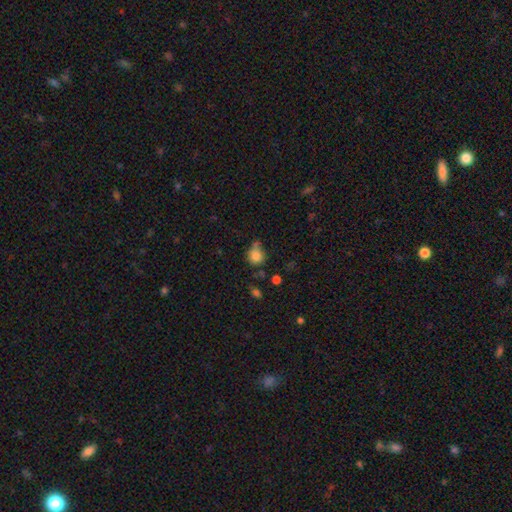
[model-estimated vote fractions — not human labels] This is clearly a smooth galaxy (81%). How rounded: likely round (77%). Merging: possibly none (49%).